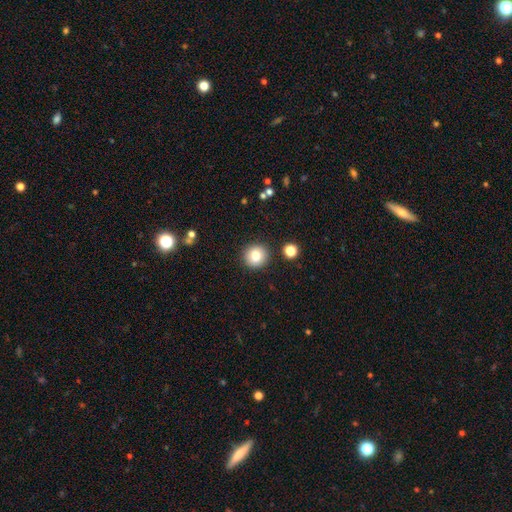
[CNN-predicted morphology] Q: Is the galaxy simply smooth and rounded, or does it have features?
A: smooth — 81%.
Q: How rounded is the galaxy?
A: round — 91%.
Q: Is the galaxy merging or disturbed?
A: none — 89%.